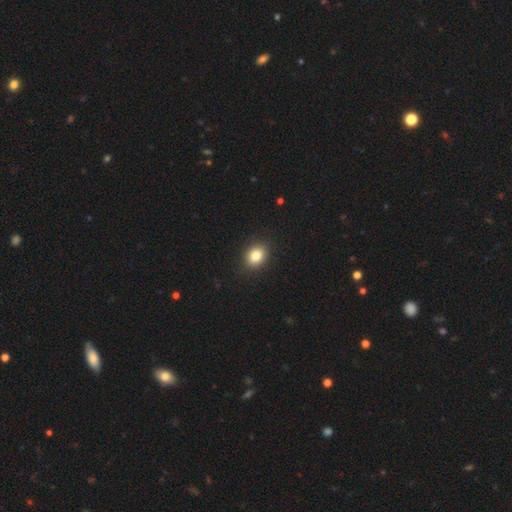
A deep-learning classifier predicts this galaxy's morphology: Smooth or featured? smooth (83%)
How rounded? in between (51%)
Merging? none (90%)